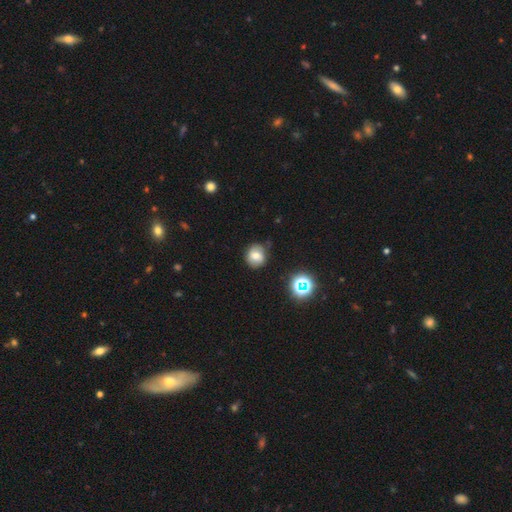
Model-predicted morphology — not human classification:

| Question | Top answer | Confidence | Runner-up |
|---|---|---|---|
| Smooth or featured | smooth | 69% | featured or disk (18%) |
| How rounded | round | 81% | in between (18%) |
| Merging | none | 72% | minor disturbance (21%) |